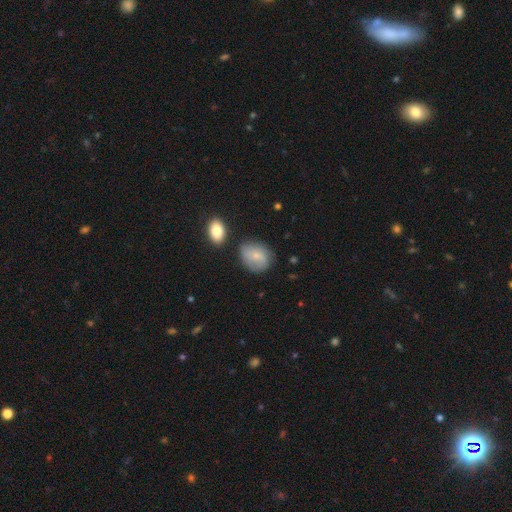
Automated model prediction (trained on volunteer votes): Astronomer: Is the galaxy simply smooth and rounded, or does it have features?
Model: smooth — 69%.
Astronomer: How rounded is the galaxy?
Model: round — 53% (runner-up: in between, 45%).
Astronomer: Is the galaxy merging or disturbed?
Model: none — 66%.